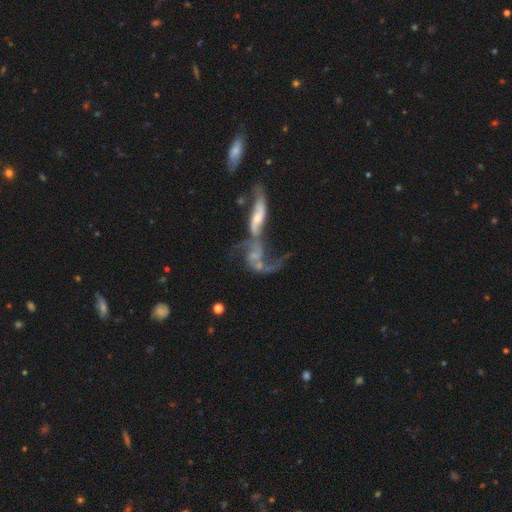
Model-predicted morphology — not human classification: type=featured or disk (75%); edge-on=no (88%); bar=no (63%); spiral arms=yes (75%); bulge=small (44%); merging=merger (60%).